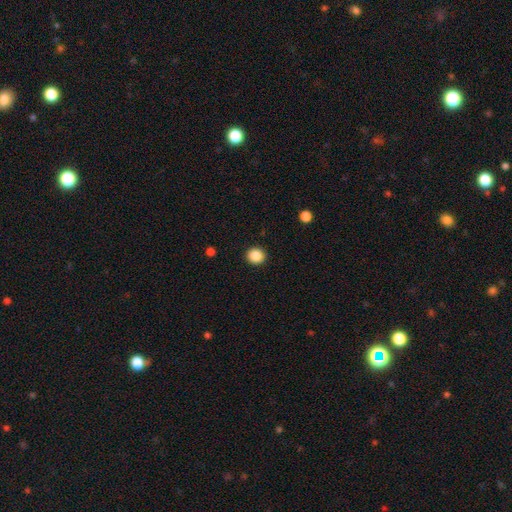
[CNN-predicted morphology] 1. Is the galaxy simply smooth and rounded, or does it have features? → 87% smooth, 10% star or artifact, 3% featured or disk.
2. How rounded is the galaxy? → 89% round, 10% in between, 1% cigar-shaped.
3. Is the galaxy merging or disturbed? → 92% none, 5% minor disturbance, 2% major disturbance, 1% merger.